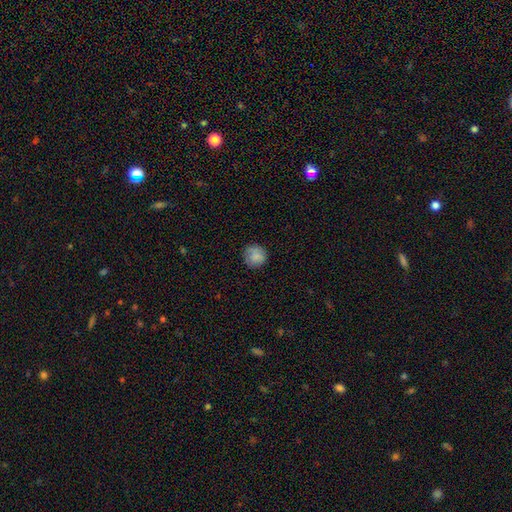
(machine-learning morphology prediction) smooth-or-featured: smooth: 83% | star or artifact: 9% | featured or disk: 8%
  how-rounded: round: 91% | in between: 8% | cigar-shaped: 1%
  merging: none: 79% | minor disturbance: 16% | major disturbance: 4% | merger: 1%